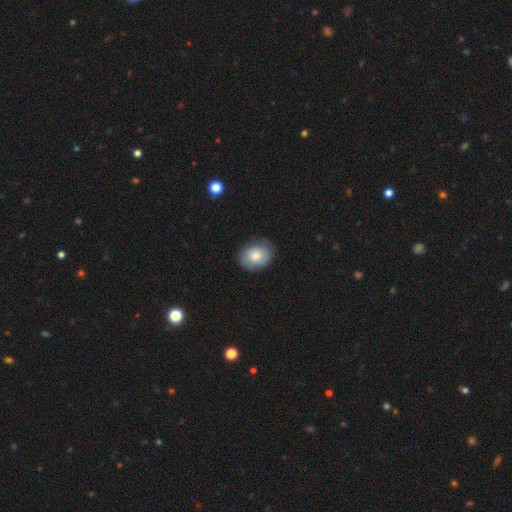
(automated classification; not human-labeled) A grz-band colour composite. It shows a smooth galaxy with no disk features (72%) that is in between round and cigar-shaped (53%). Merging: none (78%).